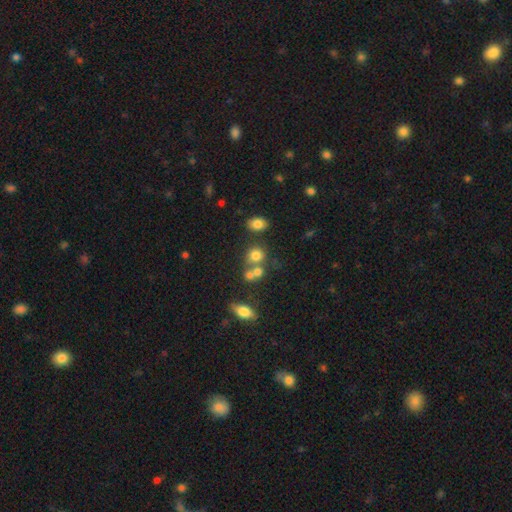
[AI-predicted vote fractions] Overall: smooth (72%). How rounded: round (76%). Merging: none (46%; merger 39%).